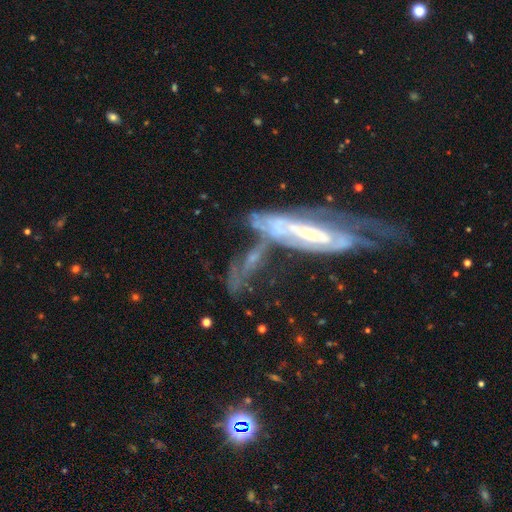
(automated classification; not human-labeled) A featured or disk galaxy (70%). Merging: merger (29%, tied with major disturbance).